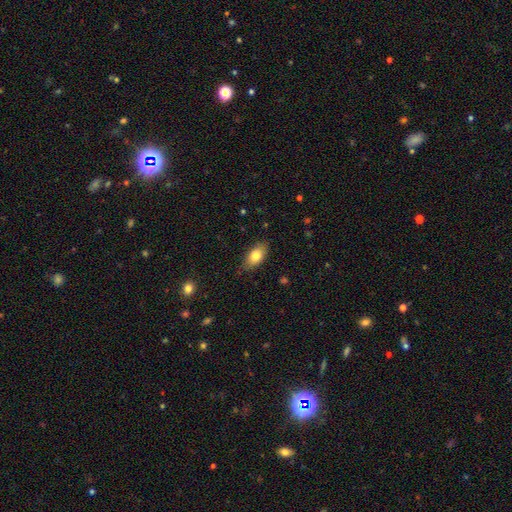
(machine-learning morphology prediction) Smooth or featured? Predicted: smooth (p=0.80). How rounded? Predicted: in between (p=0.89). Merging? Predicted: none (p=0.78).